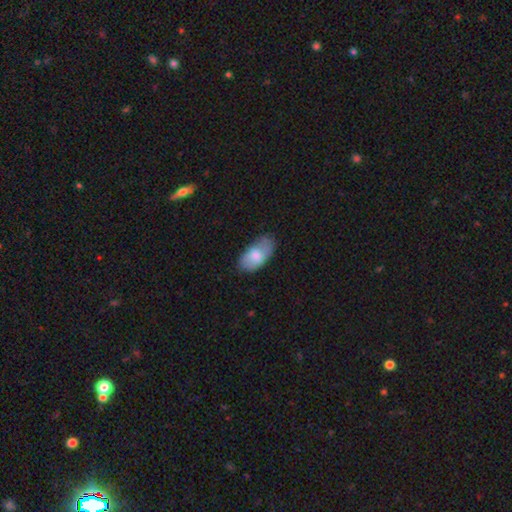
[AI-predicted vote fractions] Q: Smooth or featured?
A: smooth (74%); runner-up: featured or disk (20%)
Q: How rounded?
A: in between (94%); runner-up: cigar-shaped (3%)
Q: Merging?
A: none (62%); runner-up: minor disturbance (29%)